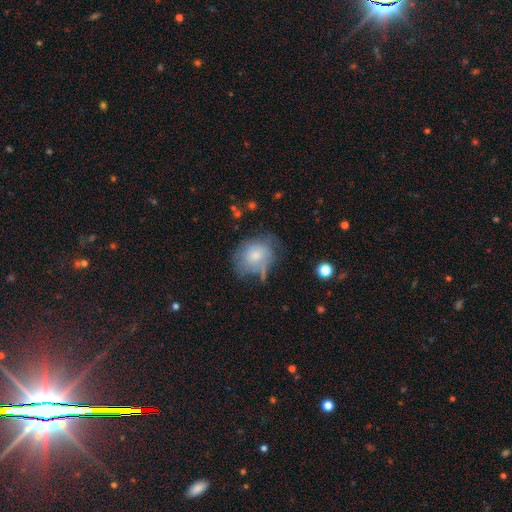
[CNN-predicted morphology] Q: Smooth or featured?
A: smooth (70%); runner-up: featured or disk (22%)
Q: How rounded?
A: round (58%); runner-up: in between (41%)
Q: Merging?
A: none (47%); runner-up: minor disturbance (32%)